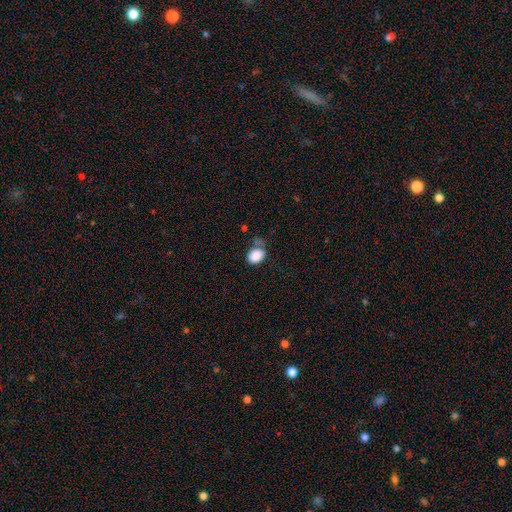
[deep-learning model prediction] Smooth or featured?
  - smooth: 87% *
  - star or artifact: 8%
  - featured or disk: 5%
How rounded?
  - in between: 66% *
  - round: 33%
  - cigar-shaped: 1%
Merging?
  - none: 51% *
  - minor disturbance: 25%
  - merger: 12%
  - major disturbance: 12%